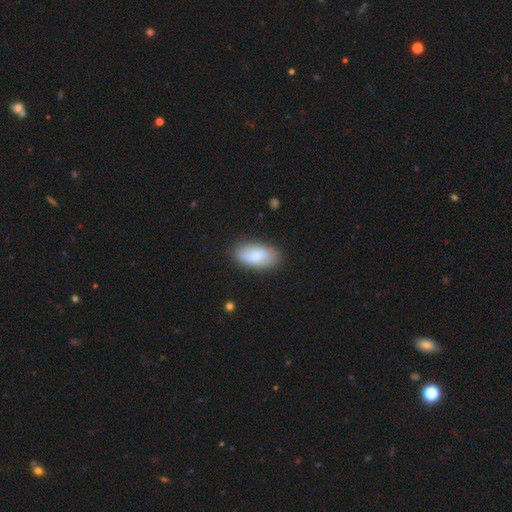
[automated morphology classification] smooth-or-featured: smooth: 76% | featured or disk: 18% | star or artifact: 6%
  how-rounded: in between: 93% | cigar-shaped: 4% | round: 3%
  merging: none: 81% | minor disturbance: 14% | major disturbance: 3% | merger: 1%